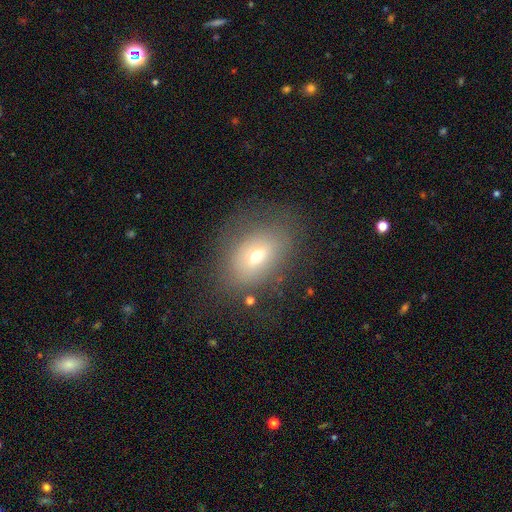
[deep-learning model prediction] The model was most divided on "smooth or featured": smooth: 62%, featured or disk: 25%, star or artifact: 14%. More confident: how rounded — in between (76%); merging — none (70%).